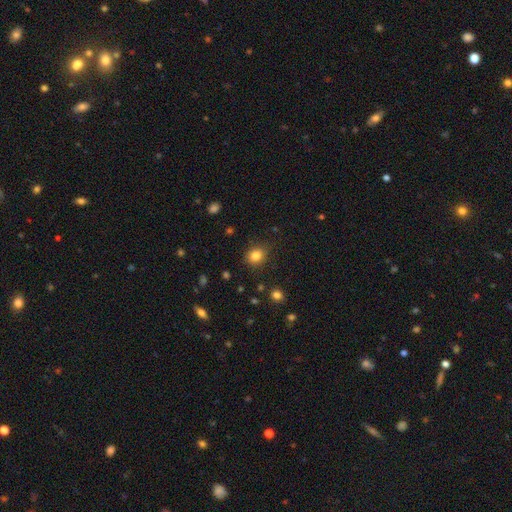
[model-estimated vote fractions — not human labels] Smooth or featured? Predicted: smooth (p=0.83). How rounded? Predicted: round (p=0.69). Merging? Predicted: none (p=0.85).